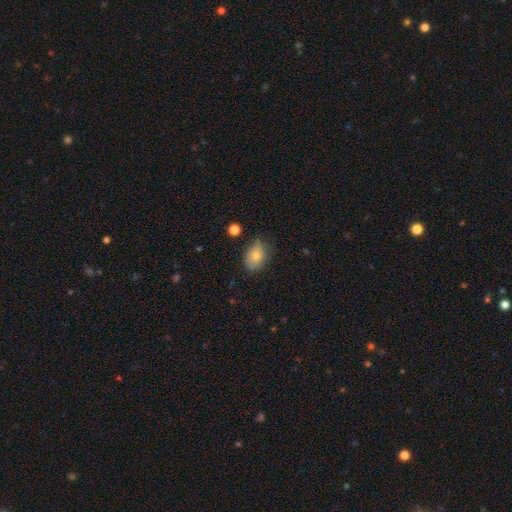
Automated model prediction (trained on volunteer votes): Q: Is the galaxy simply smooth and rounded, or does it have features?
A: smooth — 76%.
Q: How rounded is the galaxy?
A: in between — 77%.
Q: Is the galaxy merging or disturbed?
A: none — 64%.